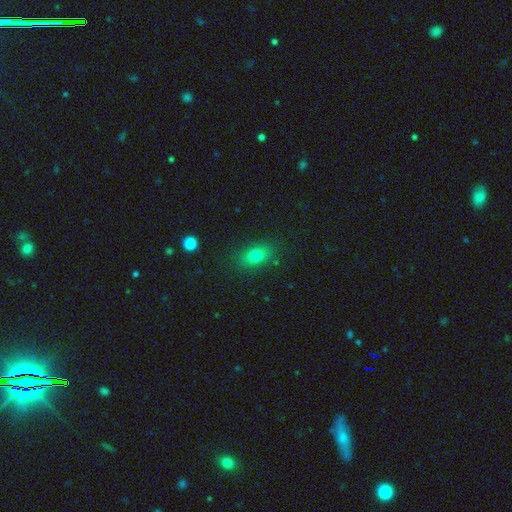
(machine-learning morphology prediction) Overall: smooth (78%). How rounded: in between (80%). Merging: none (84%).